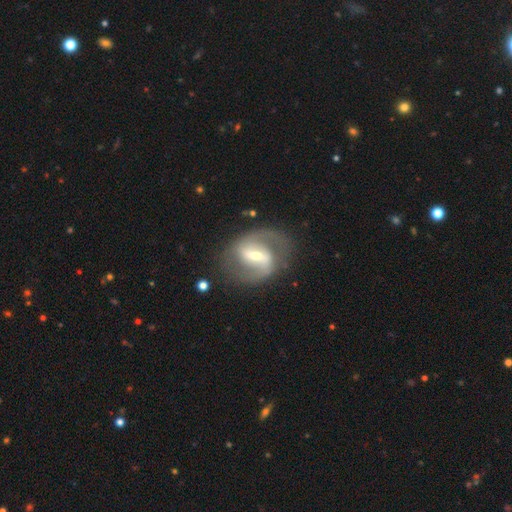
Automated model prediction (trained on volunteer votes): Smooth or featured? featured or disk (86%)
Edge-on disk? no (97%)
Bar? strong (49%)
Spiral arms? yes (93%)
Spiral winding? medium (55%)
Spiral arm count? 2 (89%)
Bulge size? moderate (48%)
Merging? none (77%)